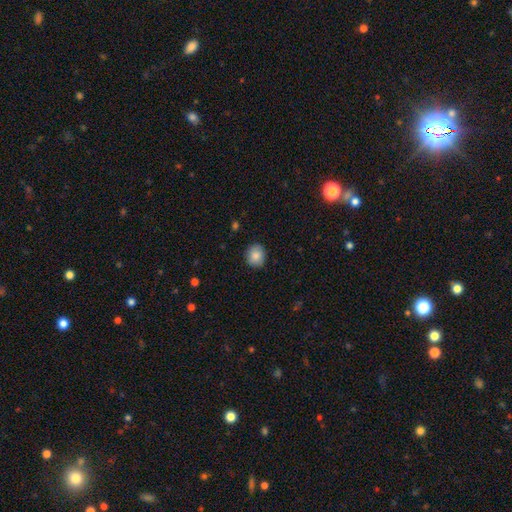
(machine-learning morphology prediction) The model was most divided on "how rounded": round: 70%, in between: 29%, cigar-shaped: 1%. More confident: merging — none (88%); smooth or featured — smooth (86%).